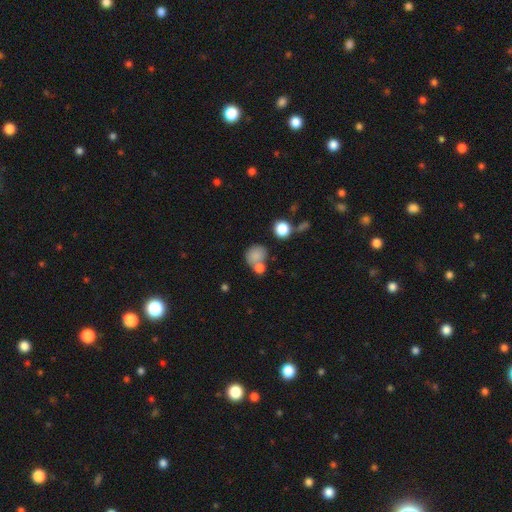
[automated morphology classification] Smooth or featured? smooth (80%)
How rounded? round (74%)
Merging? none (48%)